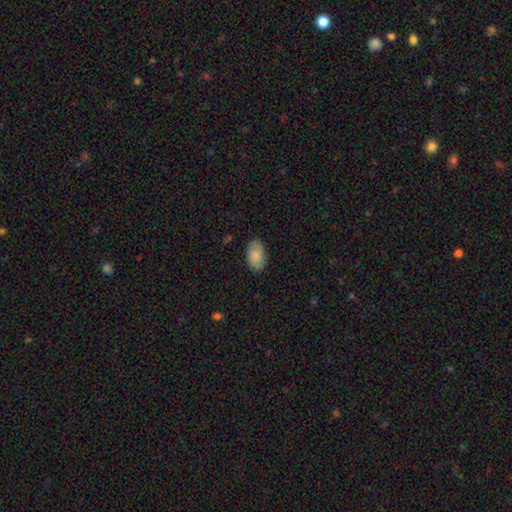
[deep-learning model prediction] This appears to be a smooth galaxy with no disk features (70%) that is in between round and cigar-shaped (92%). Merging: none (81%).